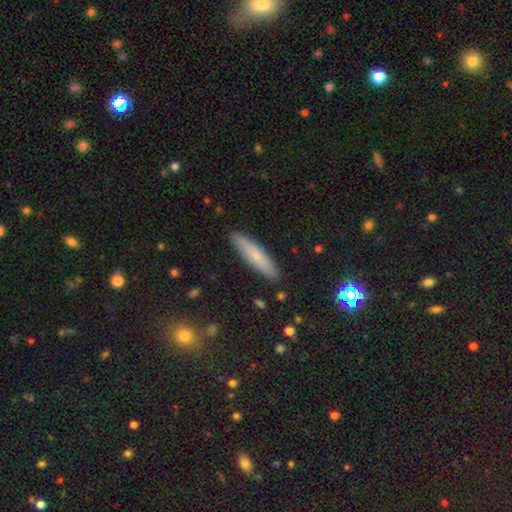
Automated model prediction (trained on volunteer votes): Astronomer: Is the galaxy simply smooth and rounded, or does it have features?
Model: smooth — 70%.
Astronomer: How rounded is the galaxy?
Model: cigar-shaped — 83%.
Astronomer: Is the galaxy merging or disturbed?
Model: none — 89%.